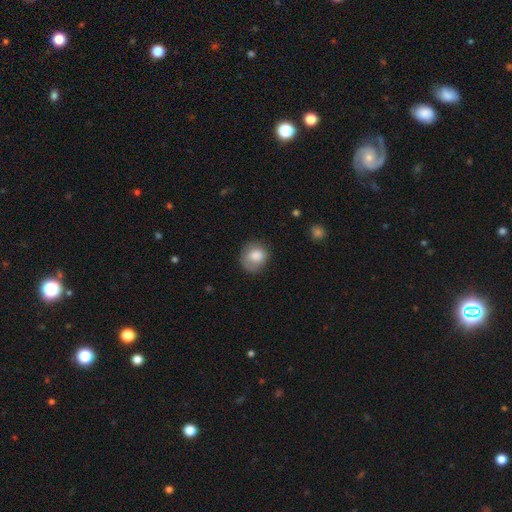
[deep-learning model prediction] The model was most divided on "merging": none: 64%, minor disturbance: 24%, major disturbance: 10%, merger: 2%. More confident: smooth or featured — smooth (81%); how rounded — round (71%).